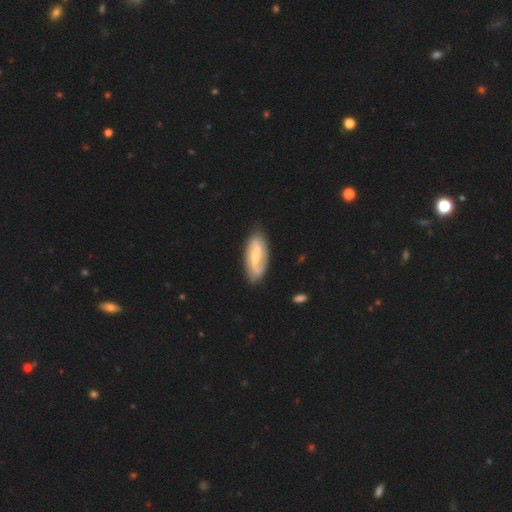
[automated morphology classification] Overall: featured or disk (72%). Edge-on disk: no (93%). Bar: weak (45%; strong 37%). Spiral arms: yes (90%). Spiral arm count: 2 (81%). Spiral winding: loose (44%; medium 36%). Bulge size: moderate (40%; small 39%). Merging: none (80%).